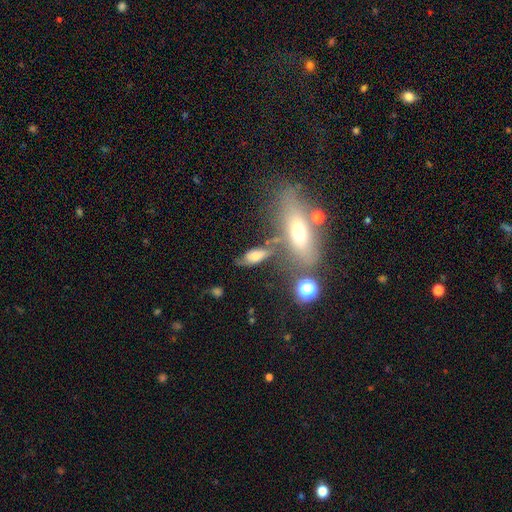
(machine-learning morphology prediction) Overall: smooth (54%; featured or disk 32%). How rounded: in between (73%). Merging: none (51%; minor disturbance 22%).